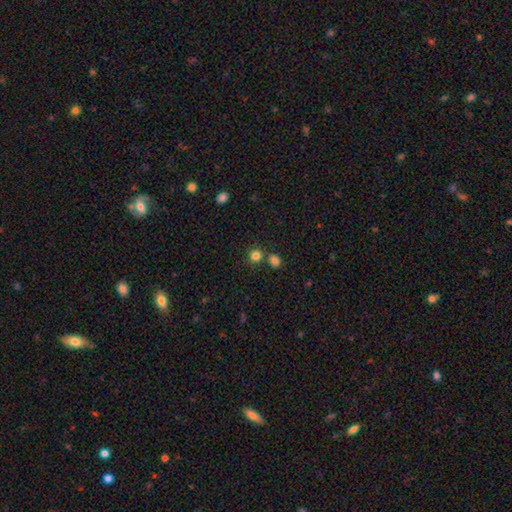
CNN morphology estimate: Q: Smooth or featured?
A: smooth (81%); runner-up: star or artifact (14%)
Q: How rounded?
A: round (90%); runner-up: in between (9%)
Q: Merging?
A: none (72%); runner-up: merger (18%)